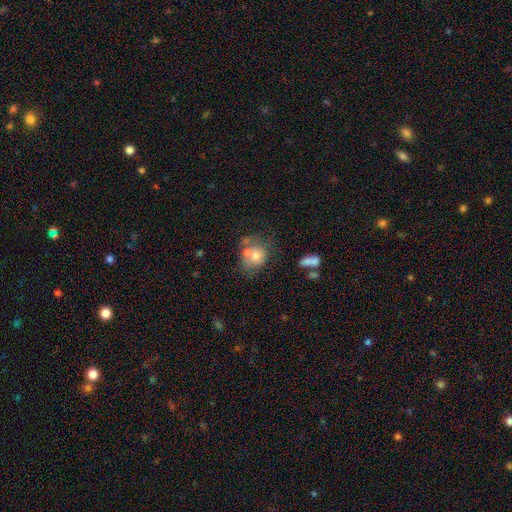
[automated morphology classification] This is likely a smooth galaxy (63%). How rounded: likely round (64%). Merging: marginally merger (36%, tied with none).